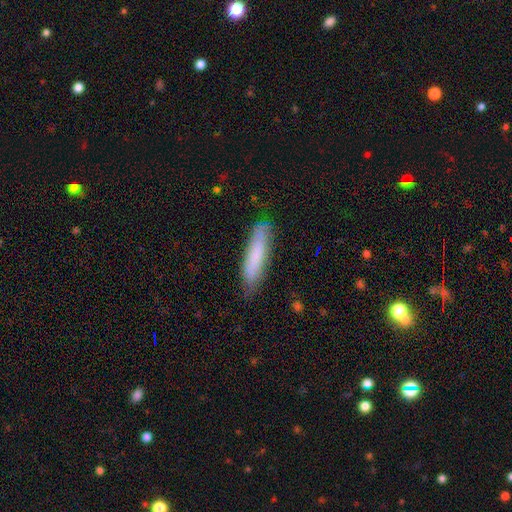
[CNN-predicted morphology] This is likely a smooth galaxy (76%). How rounded: clearly cigar-shaped (83%). Merging: likely none (77%).